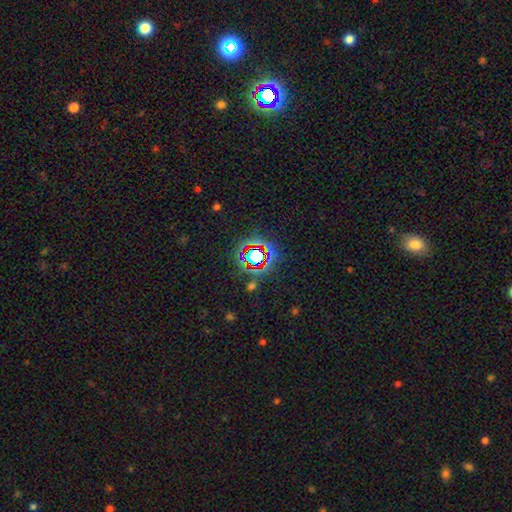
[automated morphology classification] A star or artifact, not a galaxy (70%).